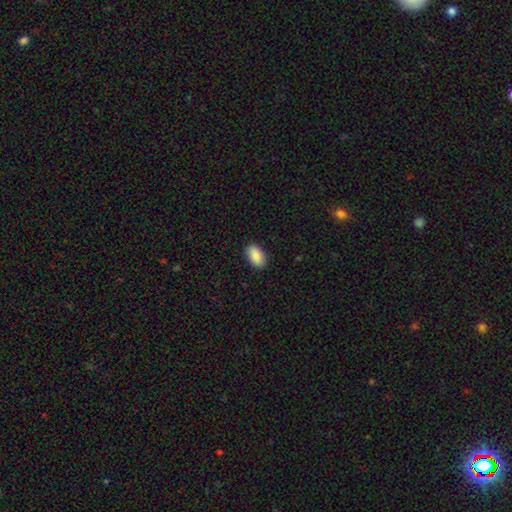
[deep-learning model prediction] smooth_or_featured: smooth (p=0.90) [alt: star or artifact p=0.06]
how_rounded: in between (p=0.94) [alt: round p=0.03]
merging: none (p=0.90) [alt: minor disturbance p=0.07]